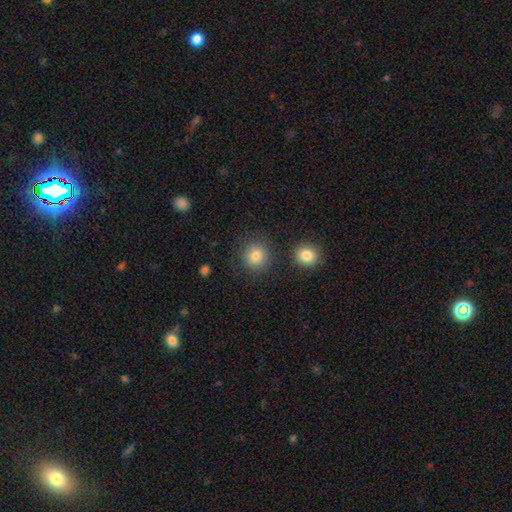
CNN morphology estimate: Smooth or featured?
  - smooth: 83% *
  - star or artifact: 11%
  - featured or disk: 6%
How rounded?
  - round: 91% *
  - in between: 8%
  - cigar-shaped: 1%
Merging?
  - none: 85% *
  - minor disturbance: 8%
  - merger: 4%
  - major disturbance: 3%